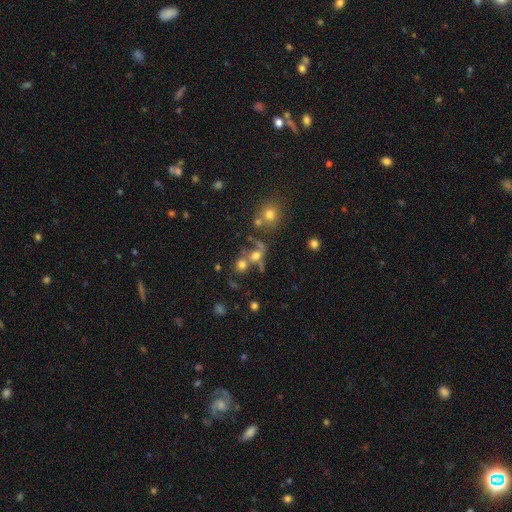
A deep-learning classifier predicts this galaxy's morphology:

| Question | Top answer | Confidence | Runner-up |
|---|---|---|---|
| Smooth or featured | smooth | 55% | star or artifact (23%) |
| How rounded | round | 72% | in between (25%) |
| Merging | merger | 41% | none (40%) |